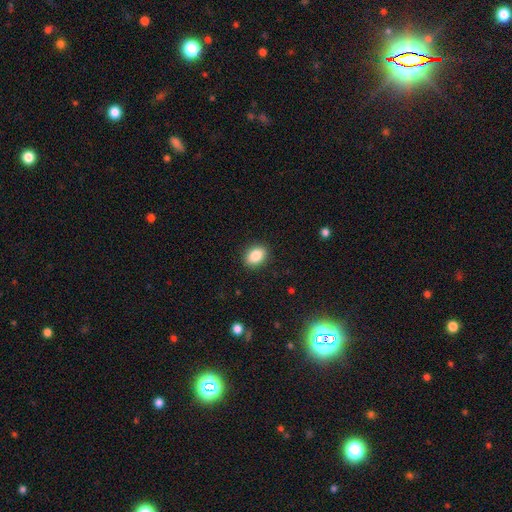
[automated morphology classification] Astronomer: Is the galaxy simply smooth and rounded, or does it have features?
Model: smooth — 85%.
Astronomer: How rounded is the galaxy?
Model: in between — 76%.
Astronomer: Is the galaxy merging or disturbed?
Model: none — 90%.